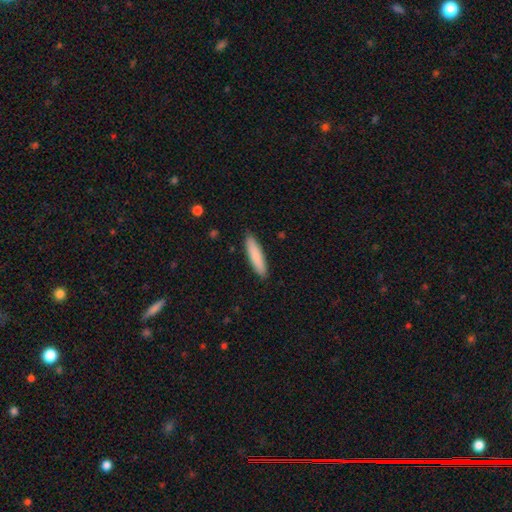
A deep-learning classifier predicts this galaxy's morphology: Overall: smooth (85%). How rounded: cigar-shaped (80%). Merging: none (90%).